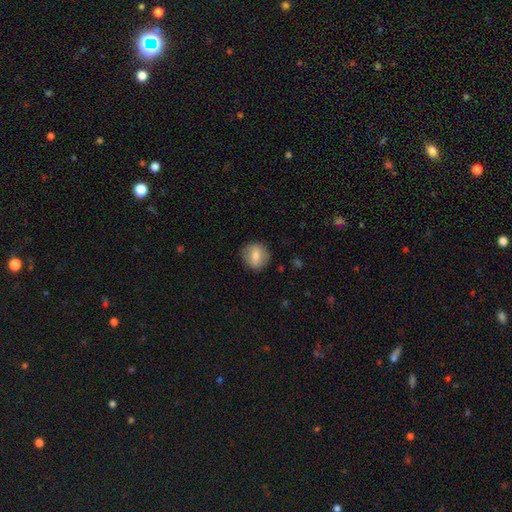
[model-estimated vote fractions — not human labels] Smooth or featured? Predicted: smooth (p=0.67). How rounded? Predicted: round (p=0.87). Merging? Predicted: none (p=0.87).